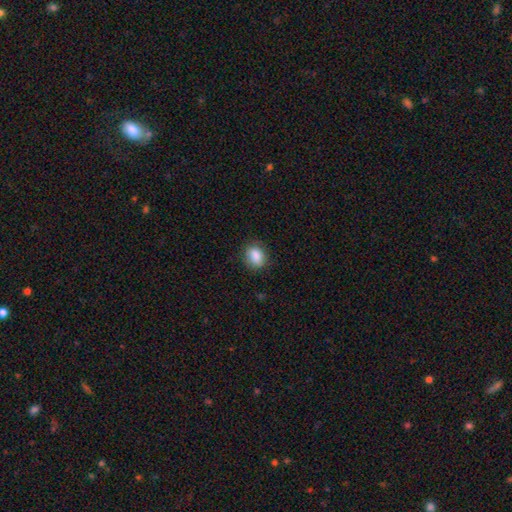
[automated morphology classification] Smooth or featured? Predicted: smooth (p=0.88). How rounded? Predicted: in between (p=0.65). Merging? Predicted: none (p=0.82).